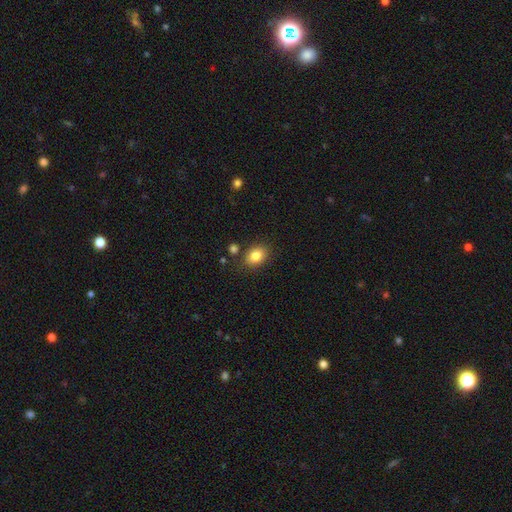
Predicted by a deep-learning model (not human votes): Morphology: type=smooth (83%); roundness=in between (65%); merging=none (81%).